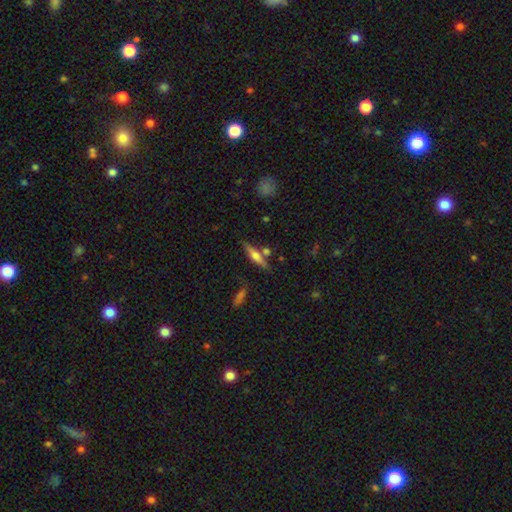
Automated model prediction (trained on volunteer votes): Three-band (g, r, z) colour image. It shows a featured or disk galaxy (59%) viewed edge-on (95%) with a rounded central bulge (86%). Merging: none (73%).